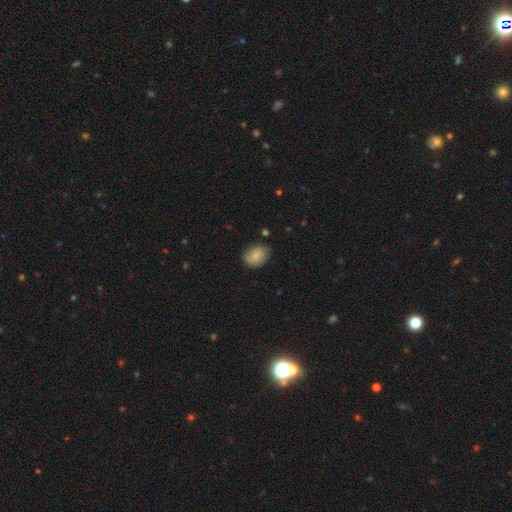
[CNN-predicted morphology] smooth_or_featured: smooth (p=0.77) [alt: featured or disk p=0.15]
how_rounded: in between (p=0.55) [alt: round p=0.44]
merging: none (p=0.76) [alt: minor disturbance p=0.19]